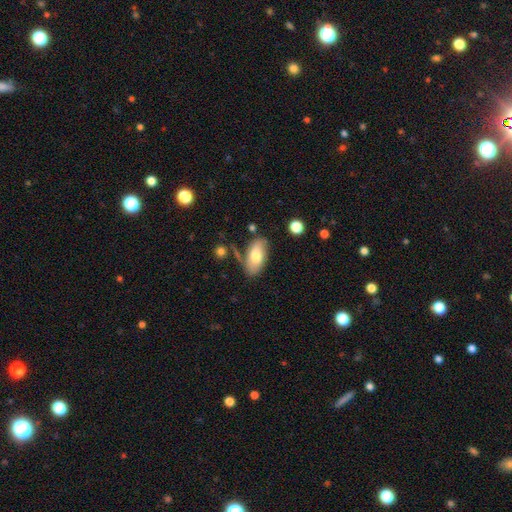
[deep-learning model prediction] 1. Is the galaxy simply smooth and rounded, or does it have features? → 71% smooth, 22% featured or disk, 7% star or artifact.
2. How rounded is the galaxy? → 92% in between, 5% cigar-shaped, 3% round.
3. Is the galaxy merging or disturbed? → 65% none, 21% minor disturbance, 8% merger, 6% major disturbance.